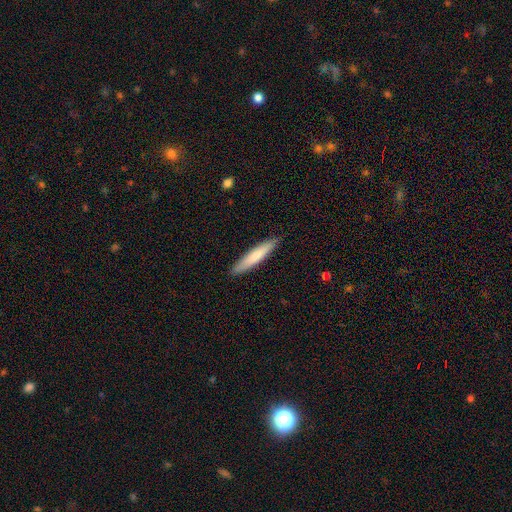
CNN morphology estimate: The model was most divided on "smooth or featured": smooth: 76%, featured or disk: 19%, star or artifact: 5%. More confident: how rounded — cigar-shaped (90%); merging — none (90%).